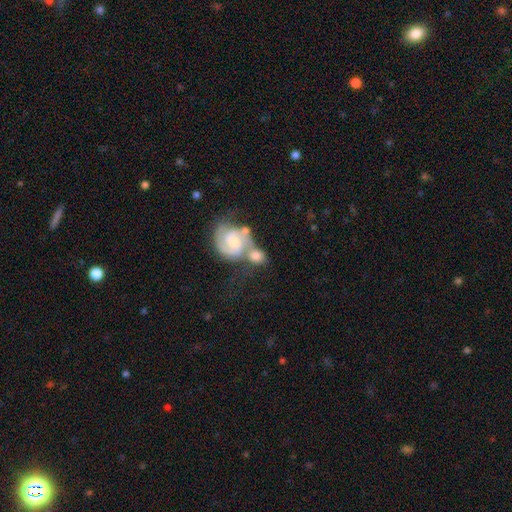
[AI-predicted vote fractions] smooth_or_featured: featured or disk (p=0.62) [alt: smooth p=0.31]
disk_edge_on: no (p=0.96) [alt: yes p=0.04]
bar: no (p=0.46) [alt: weak p=0.43]
has_spiral_arms: yes (p=0.93) [alt: no p=0.07]
spiral_winding: medium (p=0.47) [alt: tight p=0.40]
spiral_arm_count: 2 (p=0.87) [alt: can't tell p=0.06]
bulge_size: small (p=0.45) [alt: moderate p=0.42]
merging: merger (p=0.52) [alt: none p=0.31]